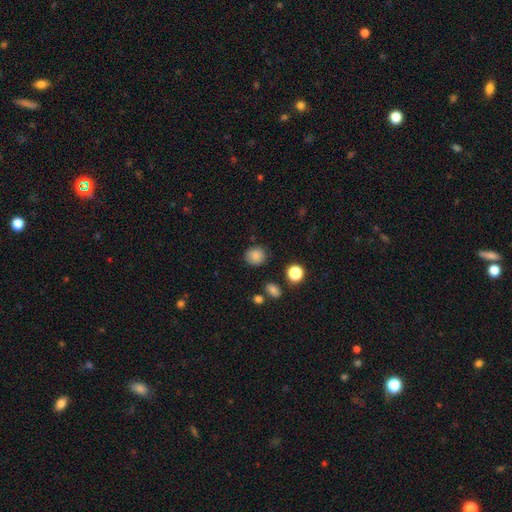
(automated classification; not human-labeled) A smooth galaxy with no disk features (84%) that is round (82%). Merging: none (83%).